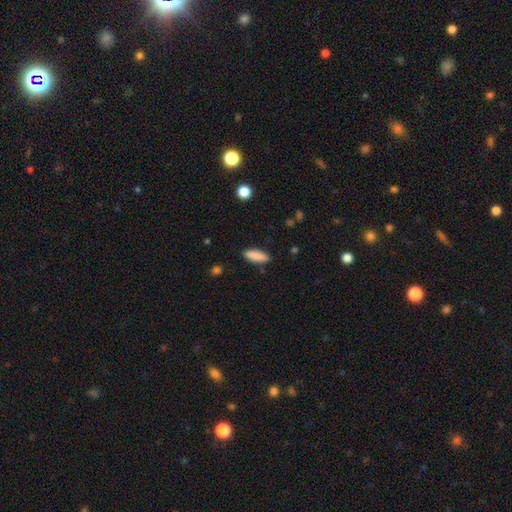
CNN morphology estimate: type=smooth (87%); roundness=in between (55%); merging=none (87%).